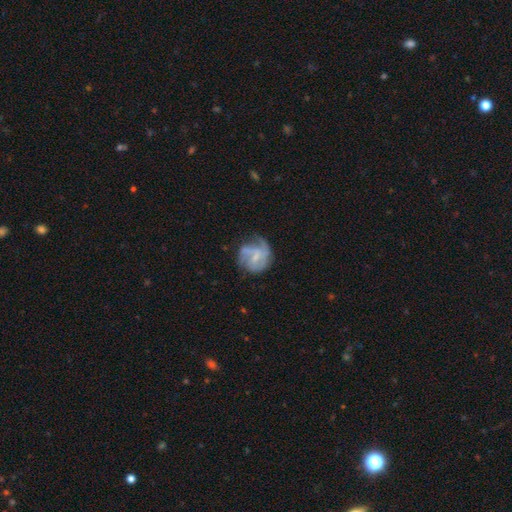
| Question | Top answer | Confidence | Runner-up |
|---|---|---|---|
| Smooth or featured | featured or disk | 76% | smooth (18%) |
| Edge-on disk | no | 97% | yes (3%) |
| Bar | weak | 68% | no (25%) |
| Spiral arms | yes | 96% | no (4%) |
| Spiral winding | medium | 48% | loose (37%) |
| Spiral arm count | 3 | 52% | can't tell (22%) |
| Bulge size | small | 46% | moderate (25%) |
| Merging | none | 64% | major disturbance (19%) |